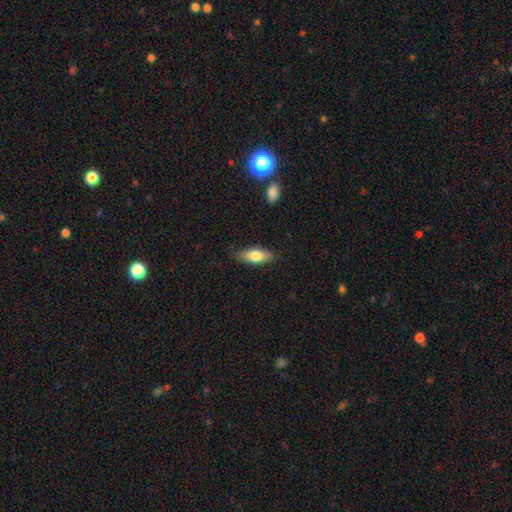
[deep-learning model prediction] Smooth or featured: smooth — 75% (featured or disk — 19%)
How rounded: in between — 73% (cigar-shaped — 24%)
Merging: none — 84% (minor disturbance — 12%)